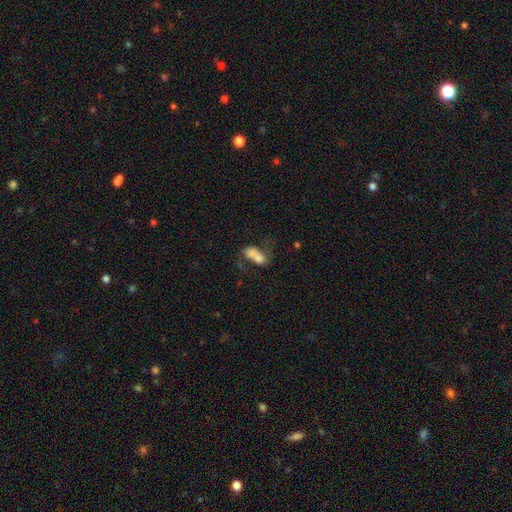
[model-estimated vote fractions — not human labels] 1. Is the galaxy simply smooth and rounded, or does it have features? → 68% smooth, 21% featured or disk, 12% star or artifact.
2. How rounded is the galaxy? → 73% in between, 24% round, 3% cigar-shaped.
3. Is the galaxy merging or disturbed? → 65% merger, 17% none, 9% major disturbance, 8% minor disturbance.